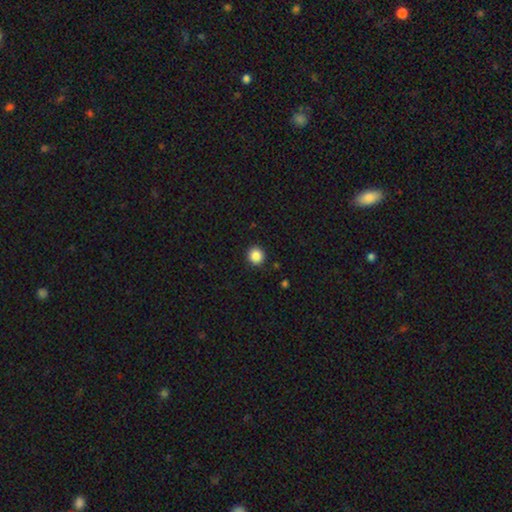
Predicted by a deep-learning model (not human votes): A smooth galaxy with no disk features (86%) that is round (92%). Merging: none (92%).